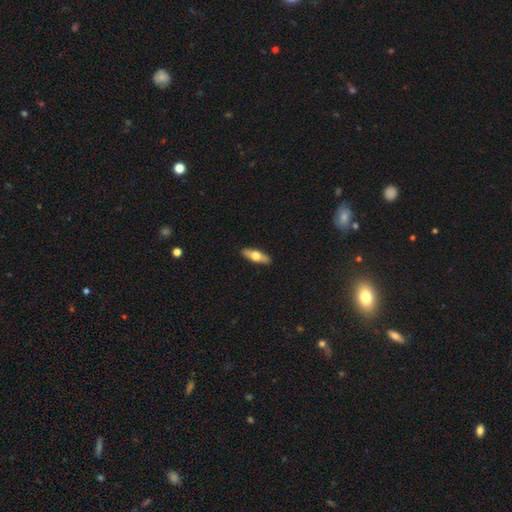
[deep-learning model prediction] smooth_or_featured: smooth (p=0.57) [alt: featured or disk p=0.38]
how_rounded: in between (p=0.63) [alt: cigar-shaped p=0.34]
merging: none (p=0.89) [alt: minor disturbance p=0.08]